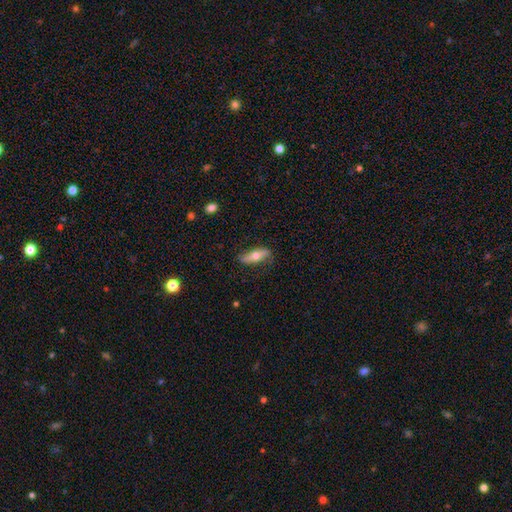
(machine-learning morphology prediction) Q: Smooth or featured?
A: smooth (49%); runner-up: featured or disk (45%)
Q: Merging?
A: none (77%); runner-up: minor disturbance (17%)